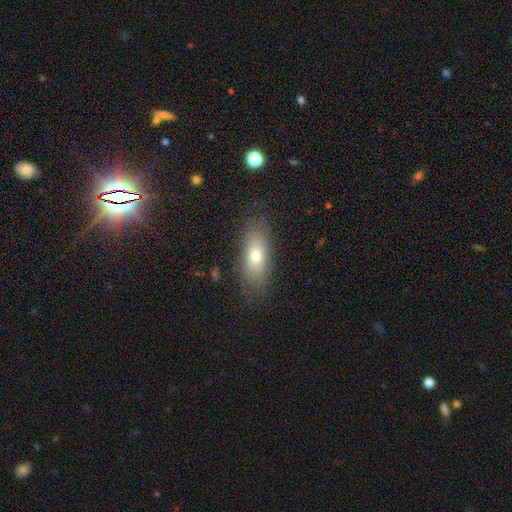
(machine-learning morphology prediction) Overall: smooth (71%). How rounded: in between (71%). Merging: none (82%).